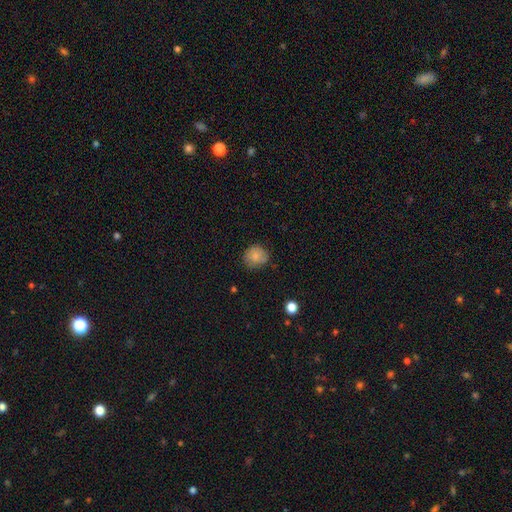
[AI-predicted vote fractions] smooth 81%, featured or disk 10%, star or artifact 9%. Down the decision tree: how rounded — round (79%); merging — none (71%).